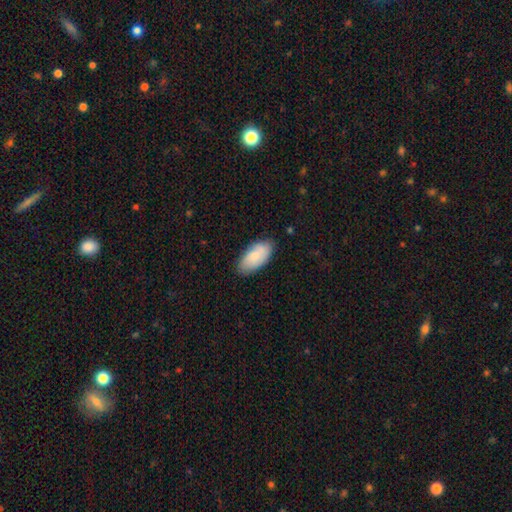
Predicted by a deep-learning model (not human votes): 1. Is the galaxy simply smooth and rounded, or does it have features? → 72% smooth, 22% featured or disk, 6% star or artifact.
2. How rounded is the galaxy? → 94% in between, 4% cigar-shaped, 2% round.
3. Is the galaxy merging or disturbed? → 78% none, 18% minor disturbance, 3% major disturbance, 1% merger.